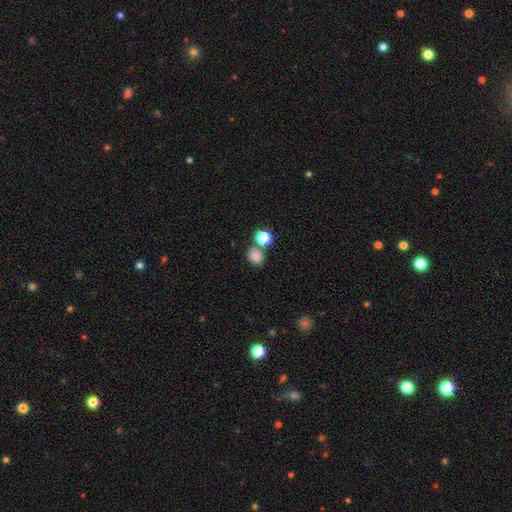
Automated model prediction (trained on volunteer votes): Overall: smooth (82%). How rounded: round (72%). Merging: none (60%; merger 26%).